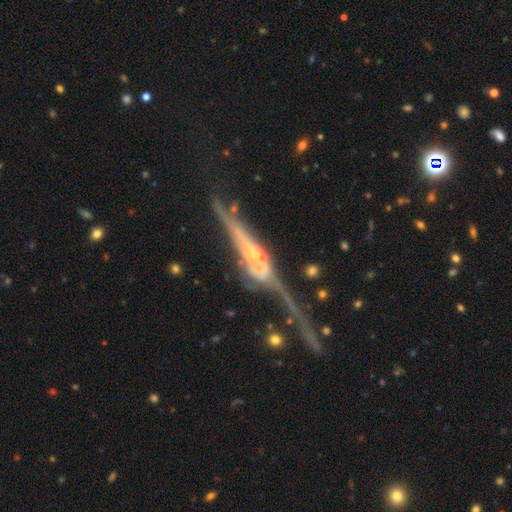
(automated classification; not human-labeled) This is likely a featured or disk galaxy (78%). It is likely viewed edge-on (77%). Edge-on bulge: clearly rounded (81%). Merging: marginally none (38%).